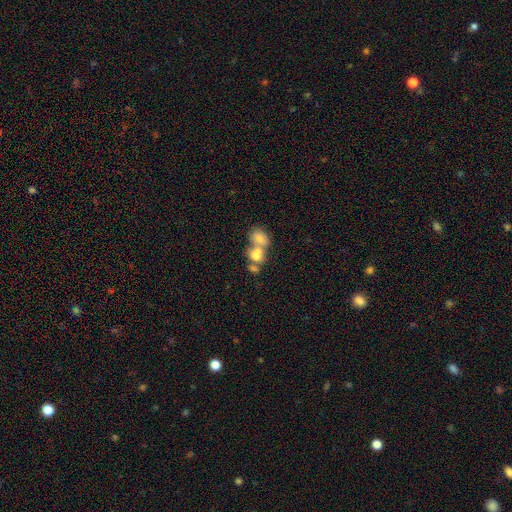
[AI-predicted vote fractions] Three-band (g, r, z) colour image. It shows a smooth galaxy with no disk features (70%) that is in between round and cigar-shaped (63%). Merging: merger (70%).